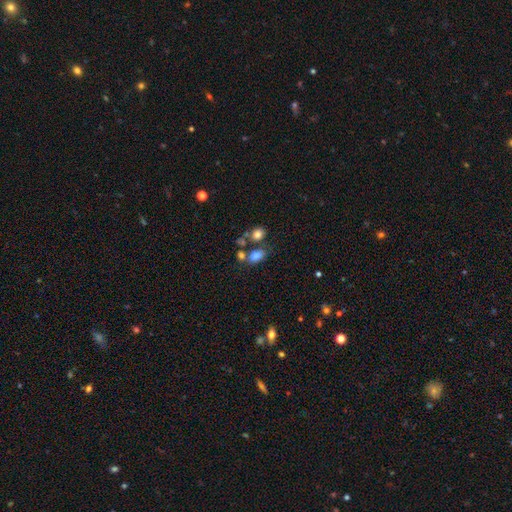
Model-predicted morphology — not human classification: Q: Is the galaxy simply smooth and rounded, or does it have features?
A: smooth — 78%.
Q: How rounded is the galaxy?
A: in between — 82%.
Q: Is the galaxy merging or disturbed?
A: none — 51%.